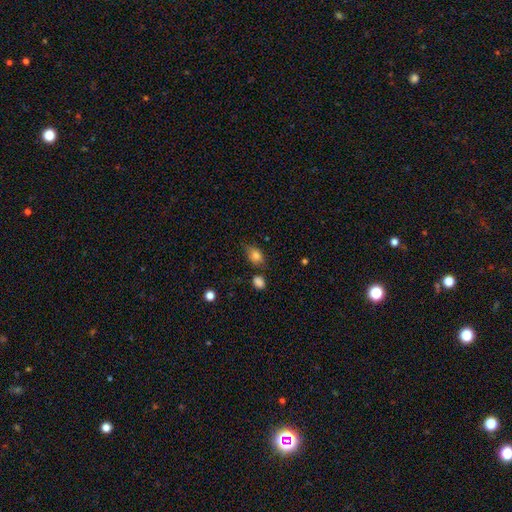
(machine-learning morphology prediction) Q: Smooth or featured?
A: smooth (81%); runner-up: star or artifact (10%)
Q: How rounded?
A: in between (73%); runner-up: round (25%)
Q: Merging?
A: none (66%); runner-up: minor disturbance (22%)